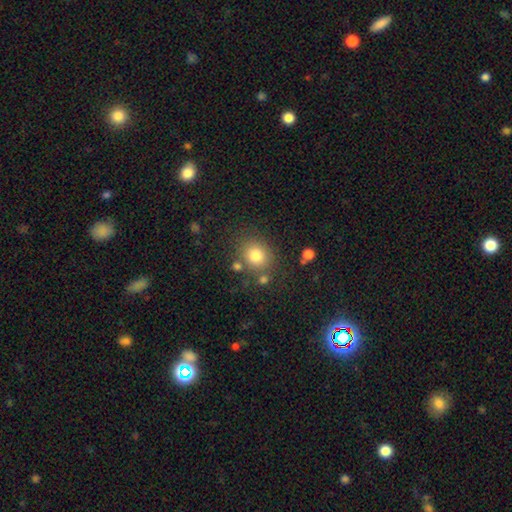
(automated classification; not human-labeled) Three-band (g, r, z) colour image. It shows a smooth galaxy with no disk features (80%) that is round (74%). Merging: none (76%).